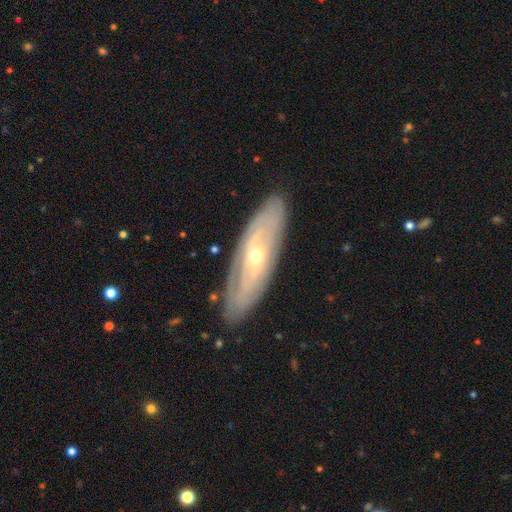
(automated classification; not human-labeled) Smooth or featured? featured or disk (73%)
Edge-on disk? no (72%)
Bar? no (72%)
Spiral arms? yes (63%)
Bulge size? small (57%)
Merging? none (86%)